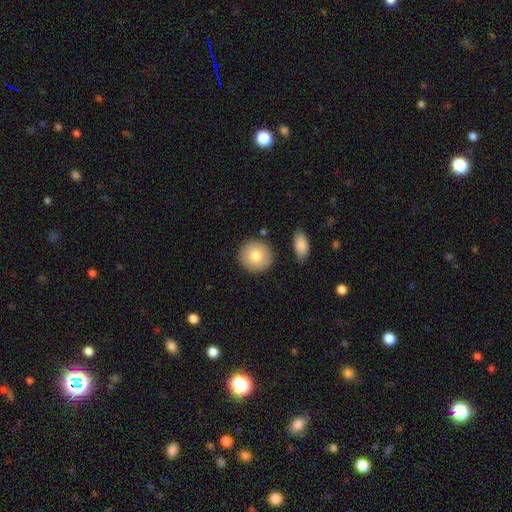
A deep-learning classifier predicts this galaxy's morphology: This is likely a smooth galaxy (80%). How rounded: clearly round (89%). Merging: clearly none (84%).